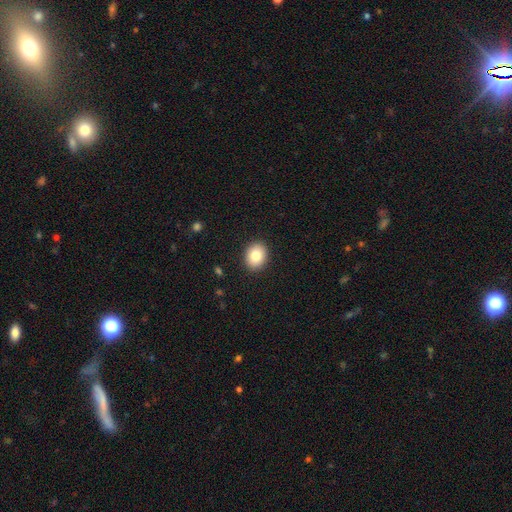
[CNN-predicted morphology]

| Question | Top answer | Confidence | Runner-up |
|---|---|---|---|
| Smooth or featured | smooth | 82% | featured or disk (9%) |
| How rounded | round | 51% | in between (48%) |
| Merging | none | 90% | minor disturbance (7%) |